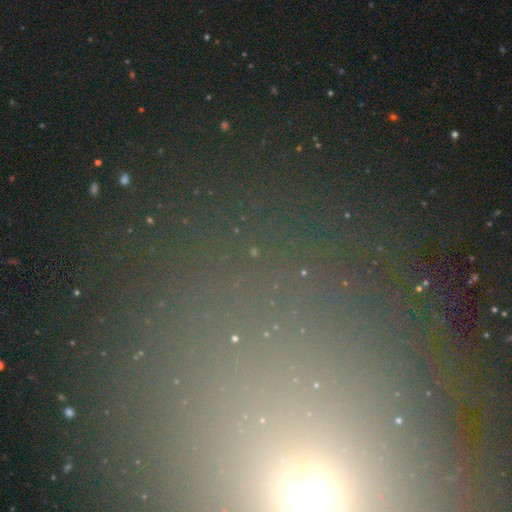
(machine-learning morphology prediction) Q: Smooth or featured?
A: star or artifact (68%); runner-up: smooth (21%)